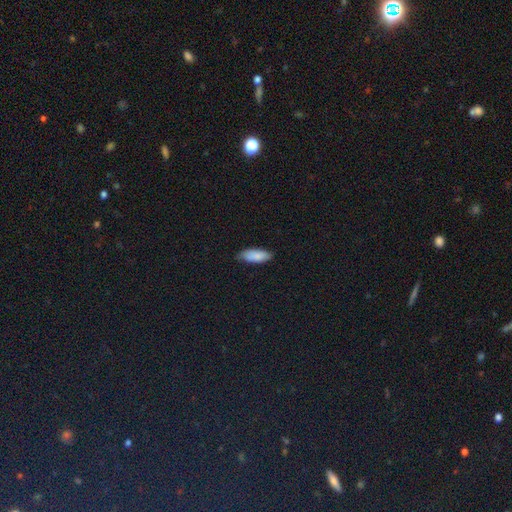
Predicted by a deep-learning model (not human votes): A smooth galaxy with no disk features (86%) that is in between round and cigar-shaped (73%).

Vote fractions:
- Smooth or featured? smooth: 86% / featured or disk: 8% / star or artifact: 6%
- How rounded? in between: 73% / cigar-shaped: 26% / round: 2%
- Merging? none: 76% / minor disturbance: 20% / major disturbance: 3% / merger: 1%